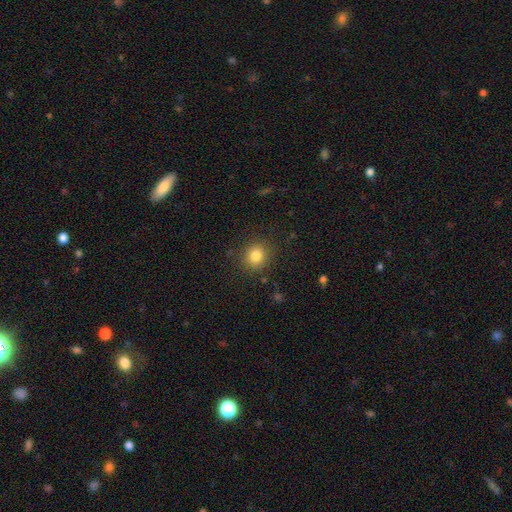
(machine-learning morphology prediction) A smooth galaxy with no disk features (83%) that is round (88%). Merging: none (88%).